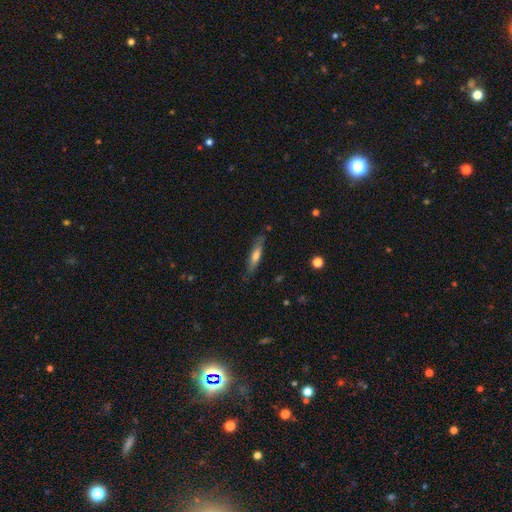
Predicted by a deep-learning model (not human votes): Smooth or featured: smooth — 58% (featured or disk — 36%)
How rounded: cigar-shaped — 78% (in between — 21%)
Merging: none — 81% (minor disturbance — 14%)